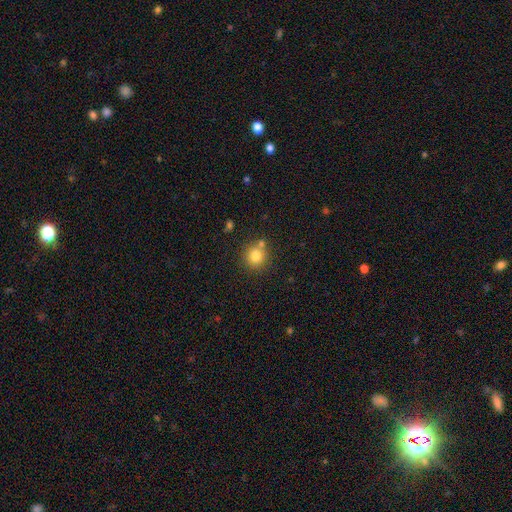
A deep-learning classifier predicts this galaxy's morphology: smooth 80%, star or artifact 12%, featured or disk 8%. Down the decision tree: how rounded — round (90%); merging — none (72%).